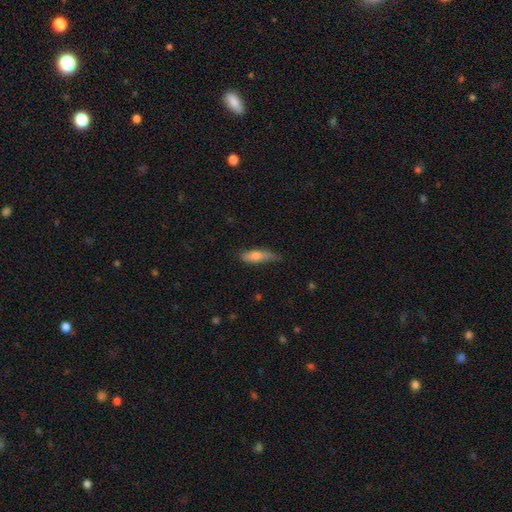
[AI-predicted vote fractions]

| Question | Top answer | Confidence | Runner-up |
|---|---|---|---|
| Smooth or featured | smooth | 61% | featured or disk (32%) |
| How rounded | cigar-shaped | 72% | in between (26%) |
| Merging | none | 69% | minor disturbance (25%) |